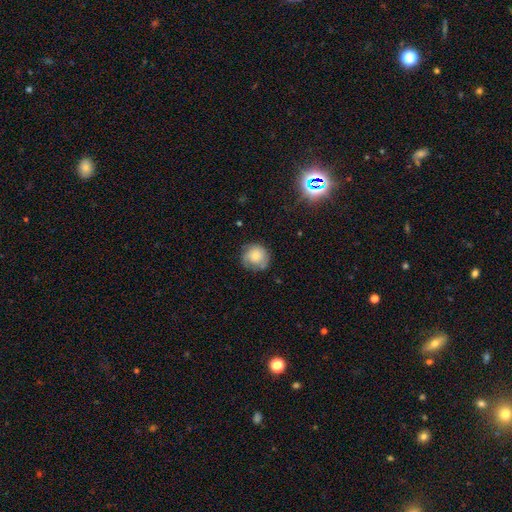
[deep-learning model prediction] Smooth or featured: smooth — 69% (featured or disk — 22%)
How rounded: round — 89% (in between — 10%)
Merging: none — 69% (minor disturbance — 23%)